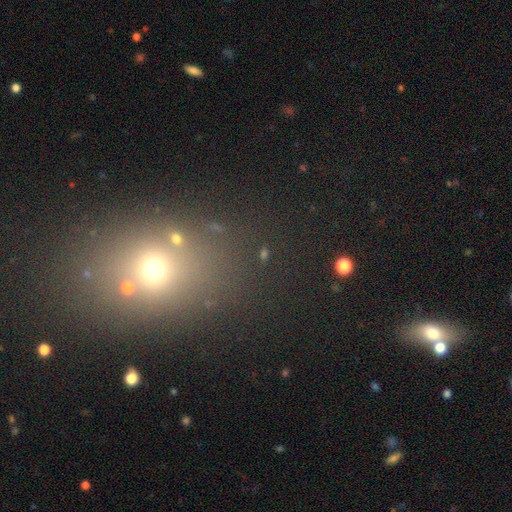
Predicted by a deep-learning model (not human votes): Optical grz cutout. It shows a smooth galaxy with no disk features (51%) that is in between round and cigar-shaped (55%). Merging: none (76%).